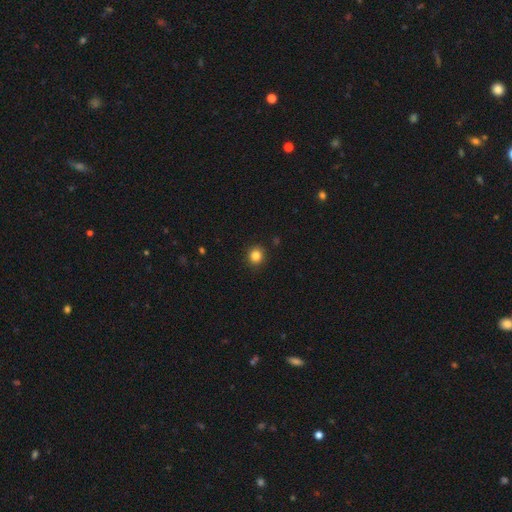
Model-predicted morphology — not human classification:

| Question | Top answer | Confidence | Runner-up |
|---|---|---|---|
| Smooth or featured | smooth | 84% | star or artifact (12%) |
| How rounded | round | 89% | in between (10%) |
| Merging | none | 91% | minor disturbance (6%) |